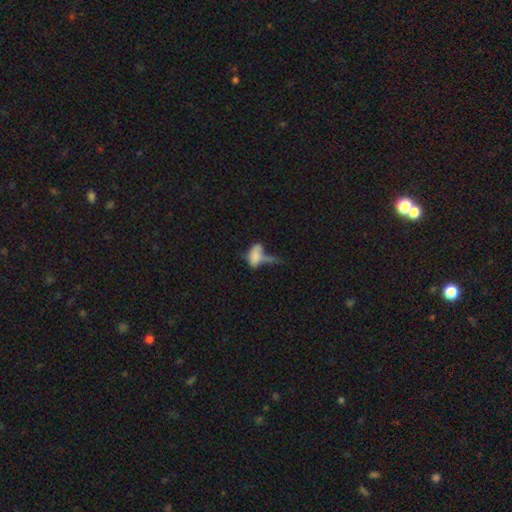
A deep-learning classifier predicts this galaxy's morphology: A smooth galaxy with no disk features (67%) that is in between round and cigar-shaped (88%). Merging: major disturbance (36%).